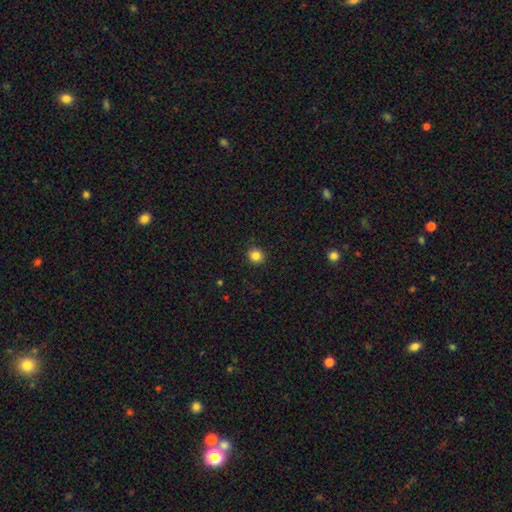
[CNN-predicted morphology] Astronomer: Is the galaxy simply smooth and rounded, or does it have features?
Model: smooth — 84%.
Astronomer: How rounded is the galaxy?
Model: round — 90%.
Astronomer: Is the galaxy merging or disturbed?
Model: none — 91%.